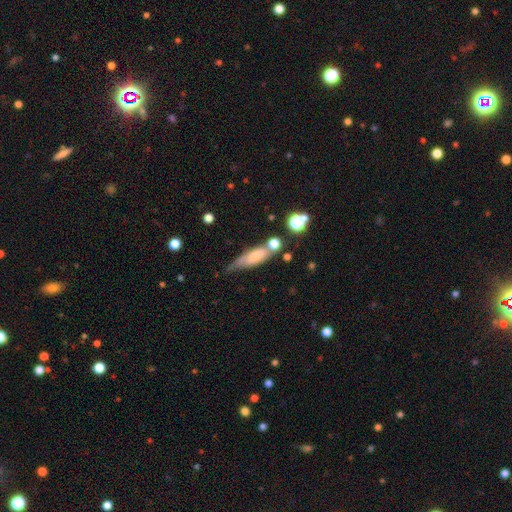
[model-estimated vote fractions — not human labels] Morphology: type=smooth (60%); roundness=cigar-shaped (51%); merging=none (43%).